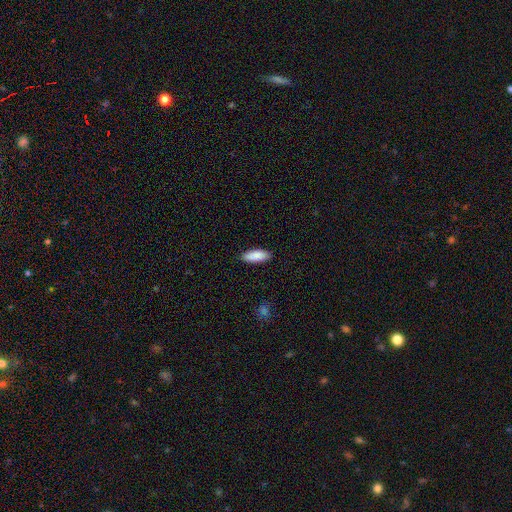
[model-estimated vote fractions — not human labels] smooth-or-featured: smooth: 89% | star or artifact: 6% | featured or disk: 5%
  how-rounded: in between: 69% | cigar-shaped: 30% | round: 2%
  merging: none: 88% | minor disturbance: 9% | major disturbance: 2% | merger: 1%